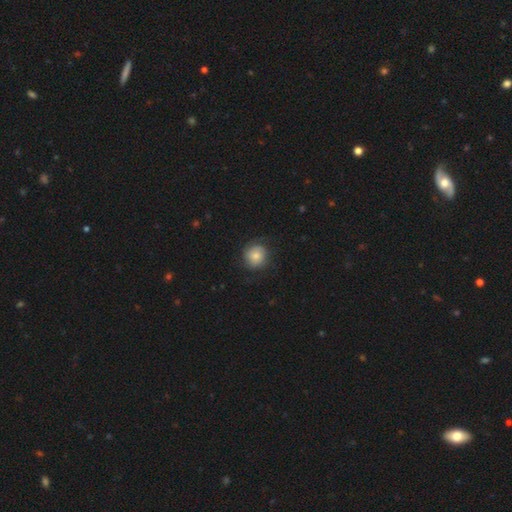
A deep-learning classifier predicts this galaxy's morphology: This appears to be a smooth galaxy with no disk features (71%) that is round (87%). Merging: none (76%).